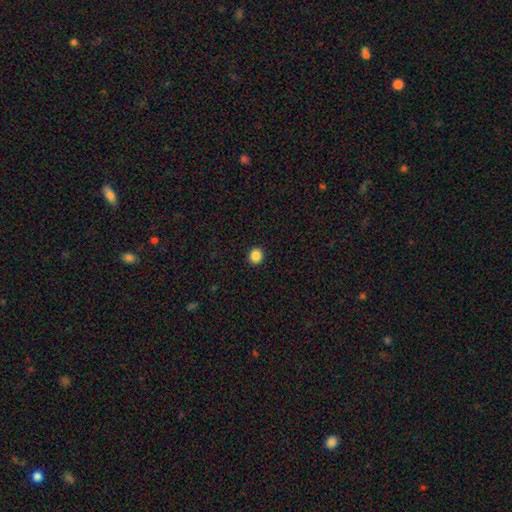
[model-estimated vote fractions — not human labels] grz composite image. It shows a smooth galaxy with no disk features (86%) that is round (87%). Merging: none (93%).